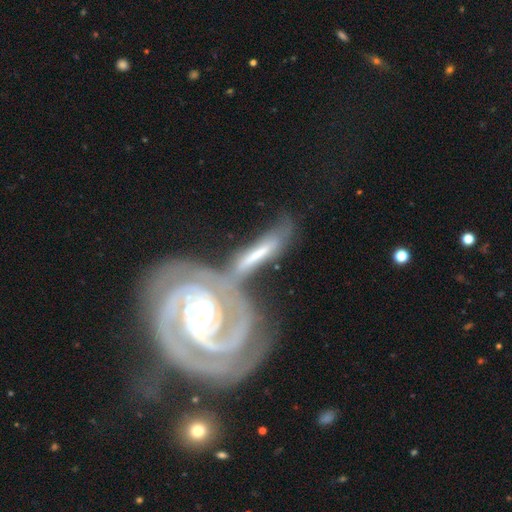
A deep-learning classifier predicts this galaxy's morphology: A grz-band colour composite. It shows a featured or disk galaxy (66%) with no bar (35%), spiral arms (89%) and a moderate central bulge (41%). Merging: merger (51%).